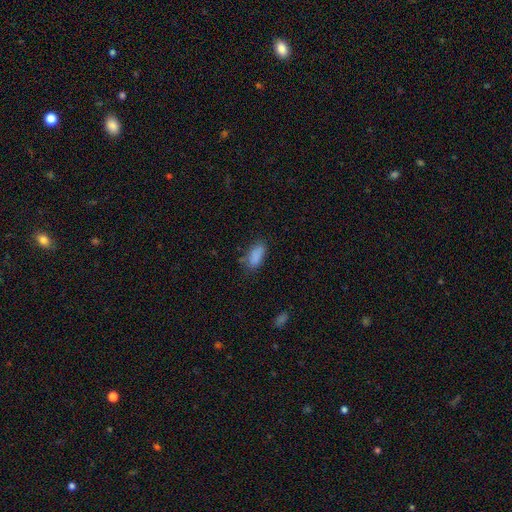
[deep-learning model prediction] Morphology: type=smooth (85%); roundness=in between (88%); merging=none (67%).